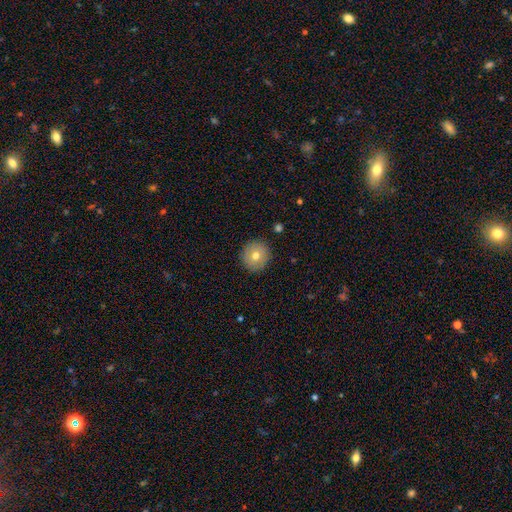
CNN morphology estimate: A smooth galaxy with no disk features (72%) that is round (95%). Merging: none (91%).